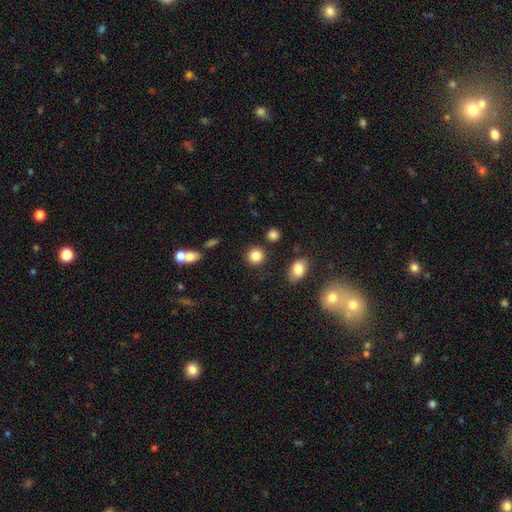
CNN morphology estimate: Smooth or featured: smooth — 85% (star or artifact — 10%)
How rounded: round — 89% (in between — 10%)
Merging: none — 87% (minor disturbance — 7%)